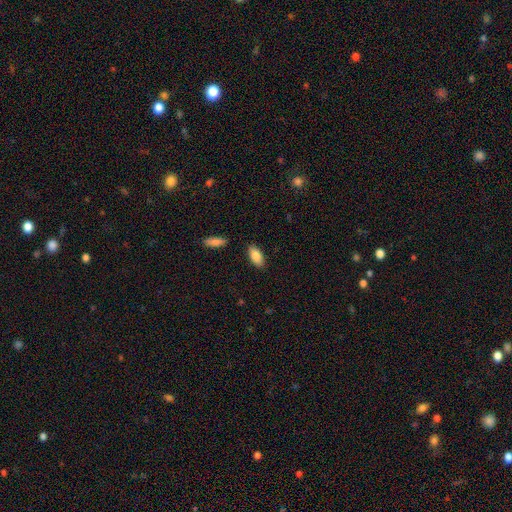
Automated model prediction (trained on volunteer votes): Smooth or featured?
  - smooth: 86% *
  - featured or disk: 8%
  - star or artifact: 6%
How rounded?
  - in between: 89% *
  - cigar-shaped: 9%
  - round: 2%
Merging?
  - none: 87% *
  - minor disturbance: 9%
  - major disturbance: 2%
  - merger: 2%